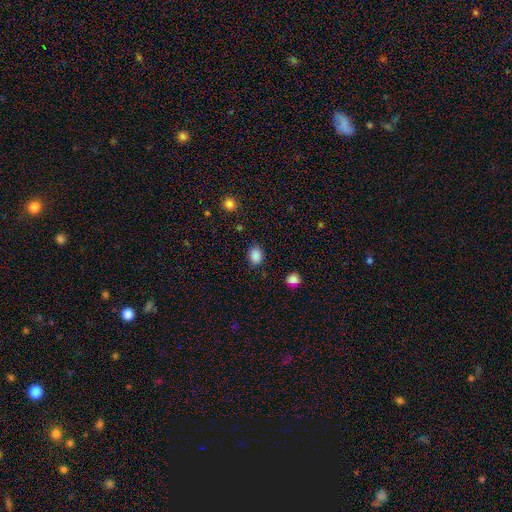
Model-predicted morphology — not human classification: type=smooth (87%); roundness=in between (57%); merging=none (83%).